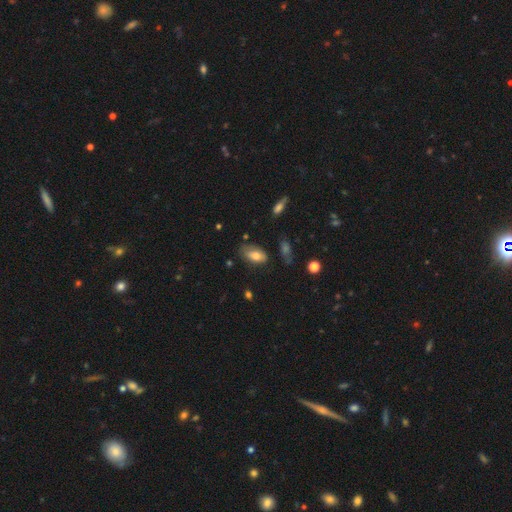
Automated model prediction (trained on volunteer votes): A smooth galaxy with no disk features (73%) that is in between round and cigar-shaped (91%). Merging: none (58%).